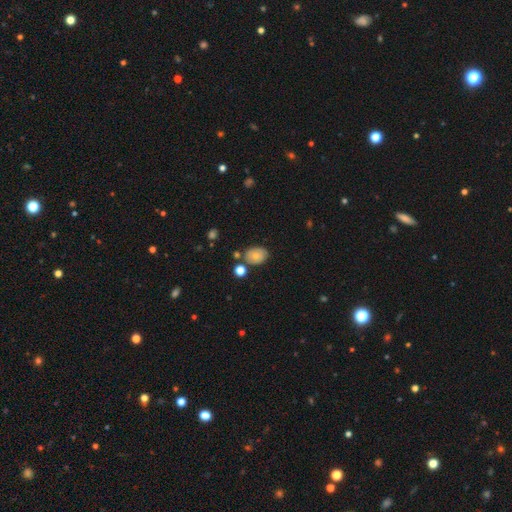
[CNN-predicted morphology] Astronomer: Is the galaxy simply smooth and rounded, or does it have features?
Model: smooth — 70%.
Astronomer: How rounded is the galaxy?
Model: in between — 66%.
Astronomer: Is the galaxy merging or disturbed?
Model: none — 74%.